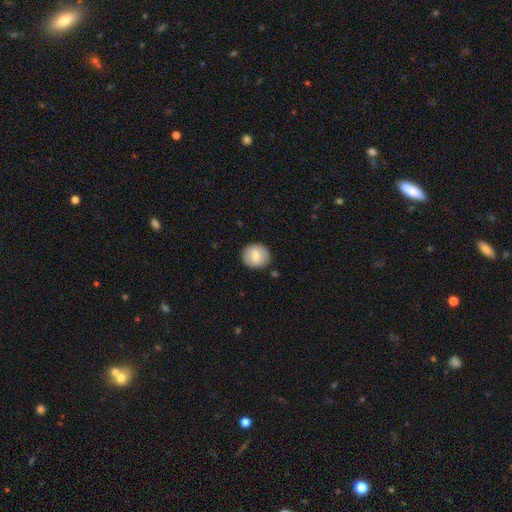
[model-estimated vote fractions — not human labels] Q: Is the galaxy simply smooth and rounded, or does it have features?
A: smooth — 75%.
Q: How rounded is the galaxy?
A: round — 86%.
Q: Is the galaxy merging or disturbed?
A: none — 88%.